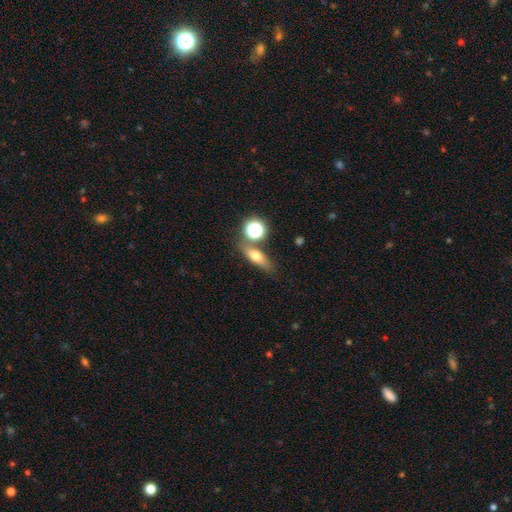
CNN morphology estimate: Smooth or featured?
  - smooth: 59% *
  - featured or disk: 27%
  - star or artifact: 13%
How rounded?
  - in between: 43% *
  - cigar-shaped: 40%
  - round: 16%
Merging?
  - none: 70% *
  - merger: 14%
  - minor disturbance: 12%
  - major disturbance: 4%